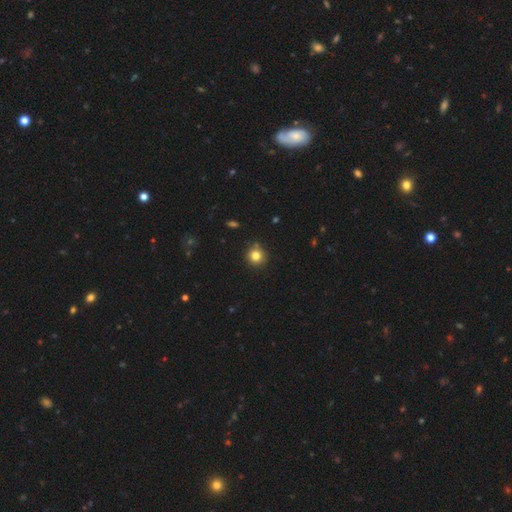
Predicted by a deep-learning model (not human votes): Smooth or featured? Predicted: smooth (p=0.81). How rounded? Predicted: round (p=0.92). Merging? Predicted: none (p=0.85).